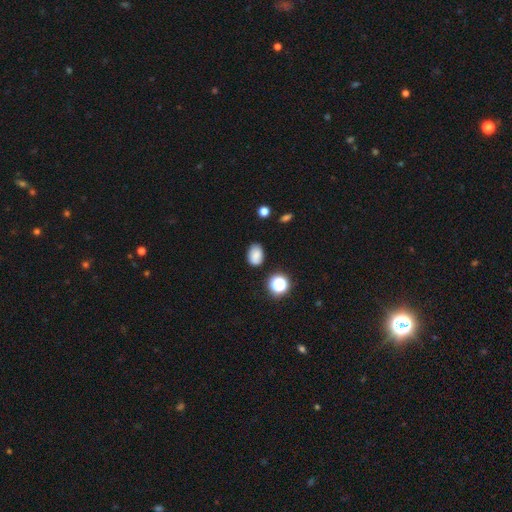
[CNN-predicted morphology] Smooth or featured? smooth (79%)
How rounded? in between (76%)
Merging? none (77%)